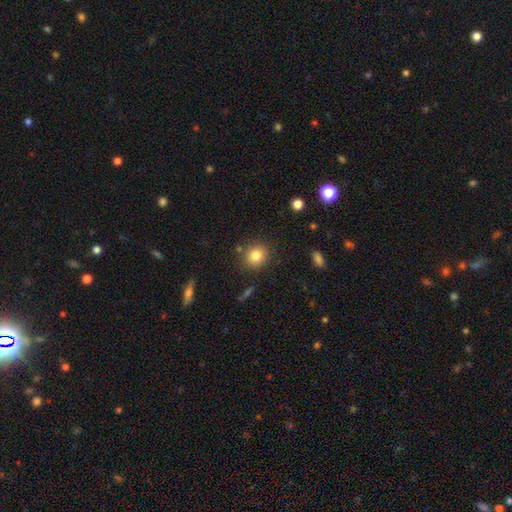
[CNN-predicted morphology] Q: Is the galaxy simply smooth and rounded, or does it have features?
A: smooth — 82%.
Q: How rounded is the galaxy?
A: round — 80%.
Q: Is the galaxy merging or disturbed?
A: none — 85%.